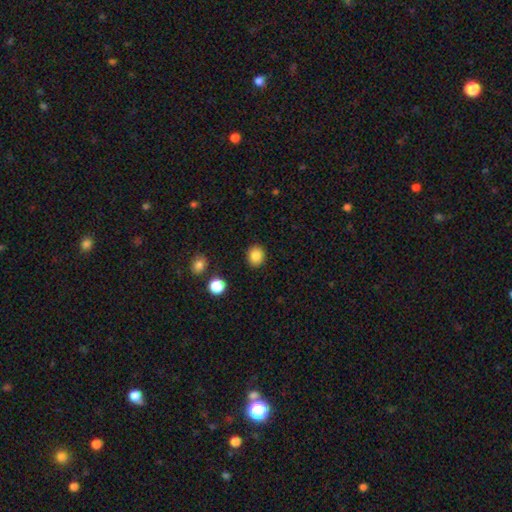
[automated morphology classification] The model was most divided on "how rounded": round: 72%, in between: 27%, cigar-shaped: 1%. More confident: merging — none (89%); smooth or featured — smooth (87%).